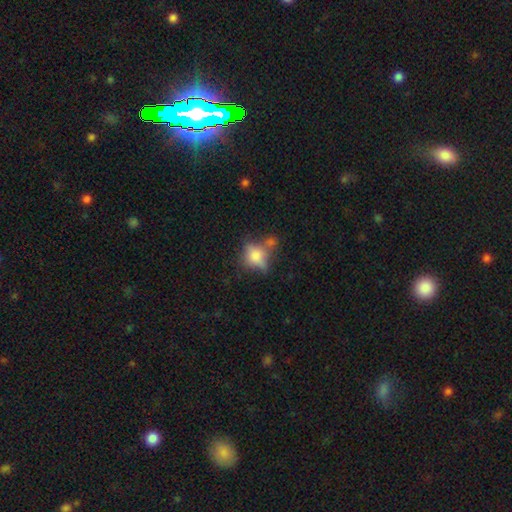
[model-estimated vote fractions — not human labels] Morphology: type=smooth (67%); roundness=in between (50%); merging=none (42%).